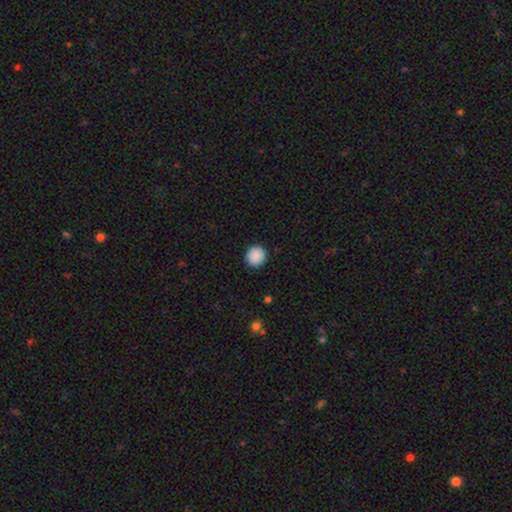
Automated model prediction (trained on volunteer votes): Overall: smooth (90%). How rounded: round (93%). Merging: none (92%).